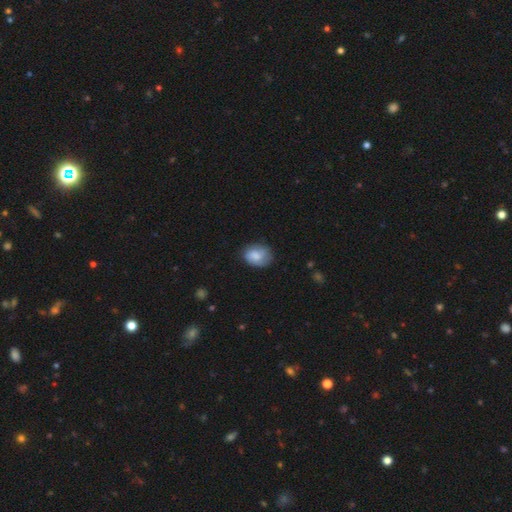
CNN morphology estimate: A smooth galaxy with no disk features (70%) that is in between round and cigar-shaped (60%).

Vote fractions:
- Smooth or featured? smooth: 70% / featured or disk: 23% / star or artifact: 7%
- How rounded? in between: 60% / round: 39% / cigar-shaped: 1%
- Merging? none: 69% / minor disturbance: 24% / major disturbance: 6% / merger: 1%